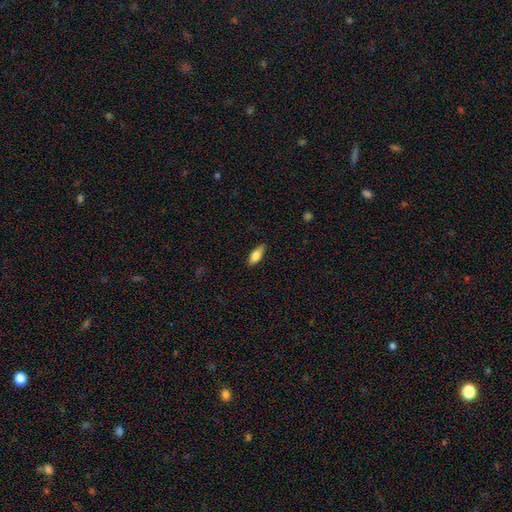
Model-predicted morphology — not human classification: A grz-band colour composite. It shows a smooth galaxy with no disk features (78%) that is in between round and cigar-shaped (77%). Merging: none (84%).